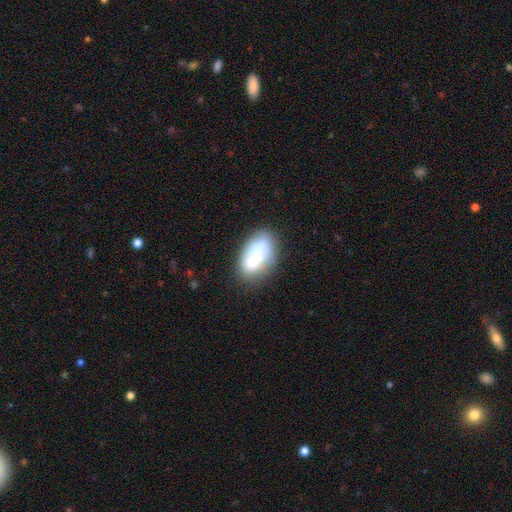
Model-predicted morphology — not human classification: This is likely a smooth galaxy (69%). How rounded: clearly in between (89%). Merging: likely none (63%).